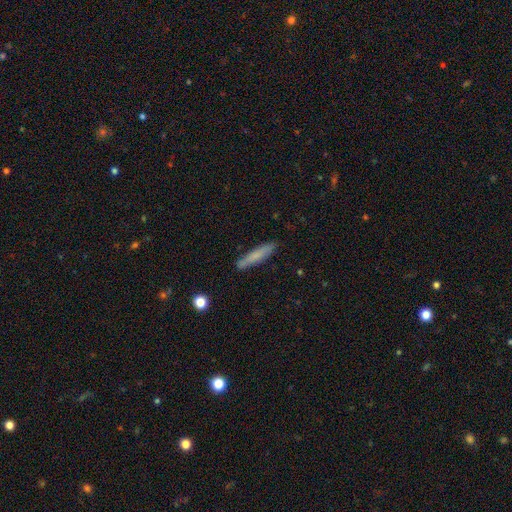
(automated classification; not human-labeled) Smooth or featured? smooth (72%)
How rounded? cigar-shaped (91%)
Merging? none (84%)